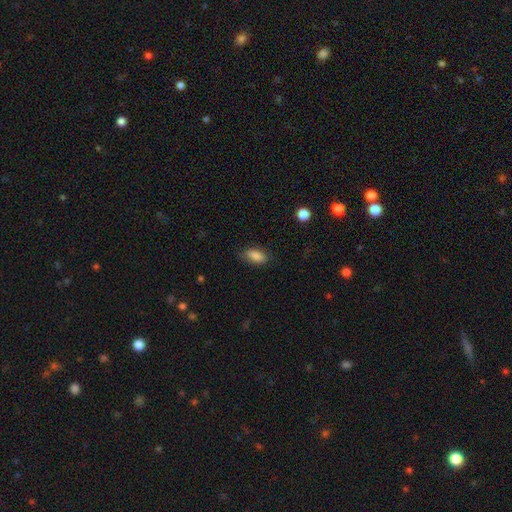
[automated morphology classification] type=smooth (87%); roundness=in between (87%); merging=none (79%).